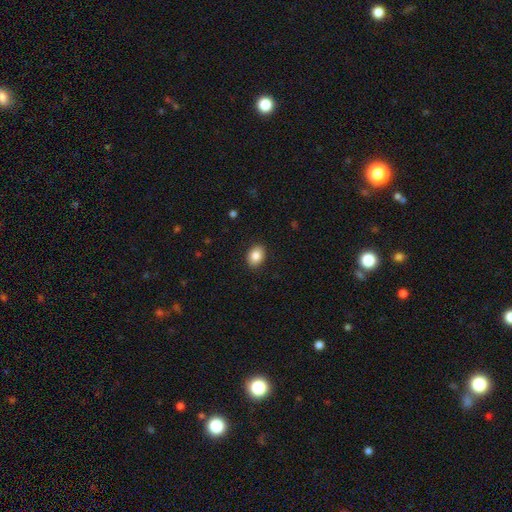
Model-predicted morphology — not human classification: Q: Smooth or featured?
A: smooth (86%); runner-up: star or artifact (8%)
Q: How rounded?
A: in between (68%); runner-up: round (31%)
Q: Merging?
A: none (89%); runner-up: minor disturbance (8%)